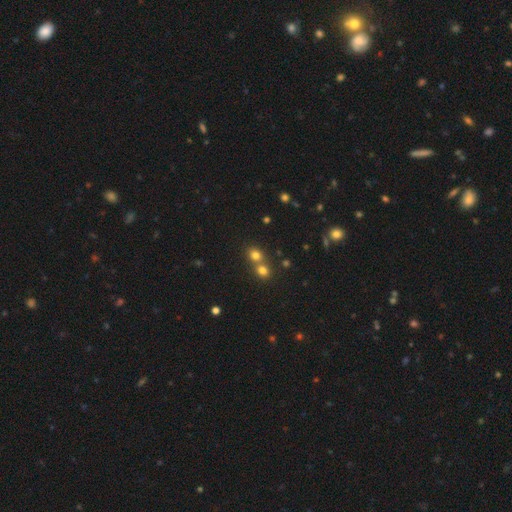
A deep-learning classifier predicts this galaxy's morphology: type=smooth (74%); roundness=round (76%); merging=none (46%, tied with merger).